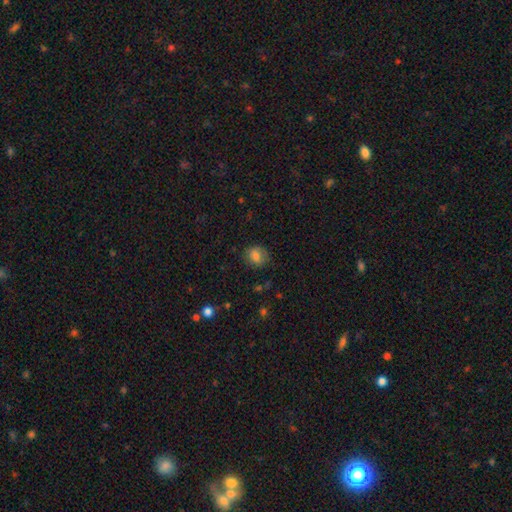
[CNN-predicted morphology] This is clearly a smooth galaxy (81%). How rounded: likely round (63%). Merging: likely none (75%).